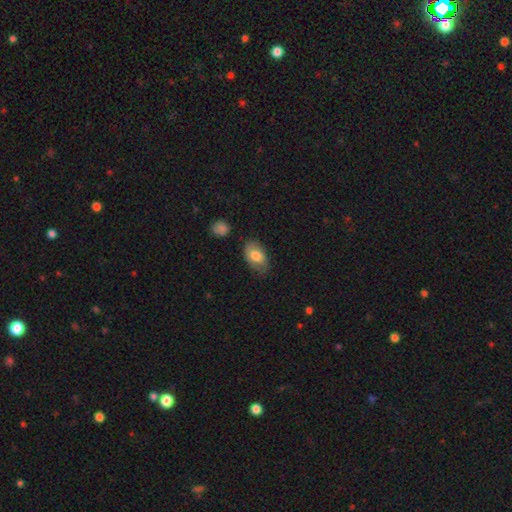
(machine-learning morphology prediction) Smooth or featured? Predicted: smooth (p=0.78). How rounded? Predicted: in between (p=0.91). Merging? Predicted: none (p=0.72).